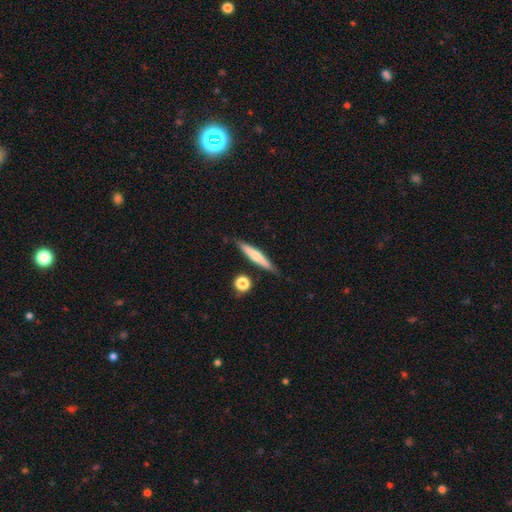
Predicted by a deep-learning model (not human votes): Morphology: type=smooth (56%); roundness=cigar-shaped (92%); merging=none (83%).